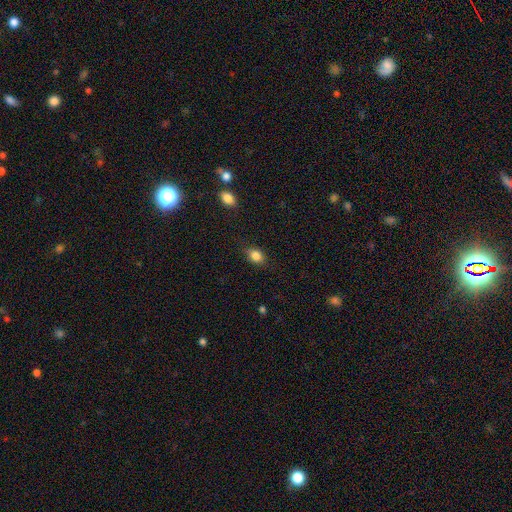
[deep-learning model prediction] Smooth or featured: smooth — 84% (star or artifact — 10%)
How rounded: in between — 68% (round — 30%)
Merging: none — 81% (minor disturbance — 14%)